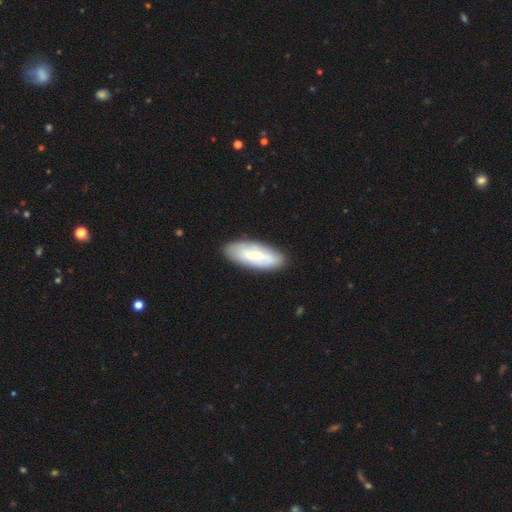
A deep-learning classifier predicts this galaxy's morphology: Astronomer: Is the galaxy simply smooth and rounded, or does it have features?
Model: smooth — 62%.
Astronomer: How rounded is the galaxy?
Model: in between — 69%.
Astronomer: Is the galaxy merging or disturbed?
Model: none — 85%.